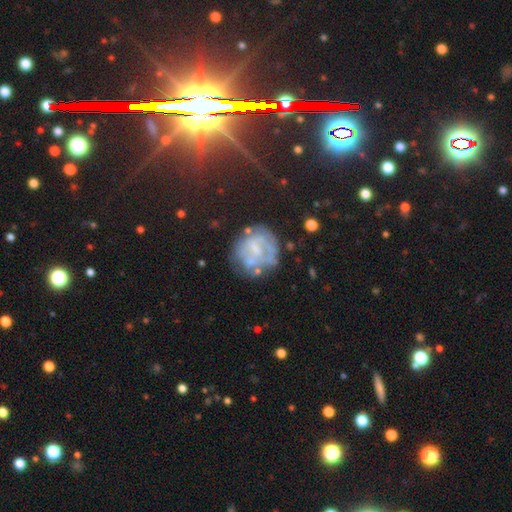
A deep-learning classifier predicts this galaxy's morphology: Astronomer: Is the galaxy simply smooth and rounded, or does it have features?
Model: featured or disk — 57%.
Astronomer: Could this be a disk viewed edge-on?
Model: no — 97%.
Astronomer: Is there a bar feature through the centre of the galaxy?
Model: no — 65%.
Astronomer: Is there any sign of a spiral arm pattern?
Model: no — 63%.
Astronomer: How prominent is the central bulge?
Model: none — 41% (runner-up: small, 35%).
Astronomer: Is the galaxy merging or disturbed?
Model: none — 58%.